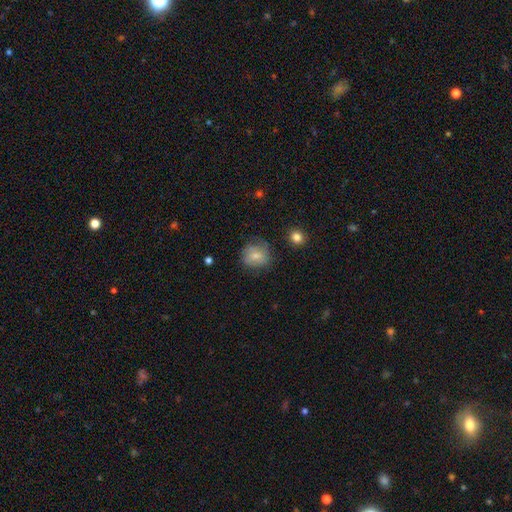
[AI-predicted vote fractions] Overall: smooth (70%). How rounded: round (79%). Merging: none (63%; minor disturbance 25%).